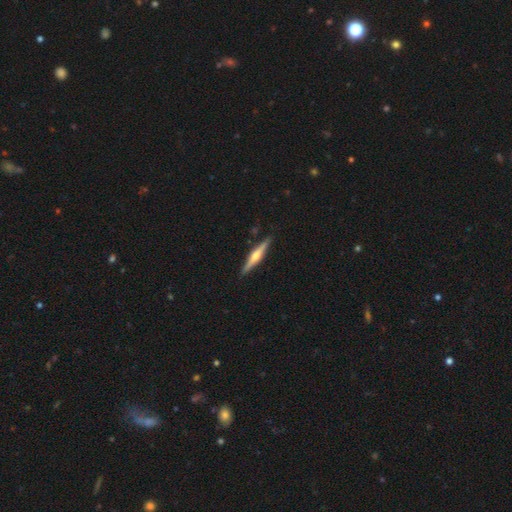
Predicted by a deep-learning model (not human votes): This is likely a featured or disk galaxy (72%). It is clearly viewed edge-on (98%). Edge-on bulge: clearly rounded (87%). Merging: clearly none (90%).